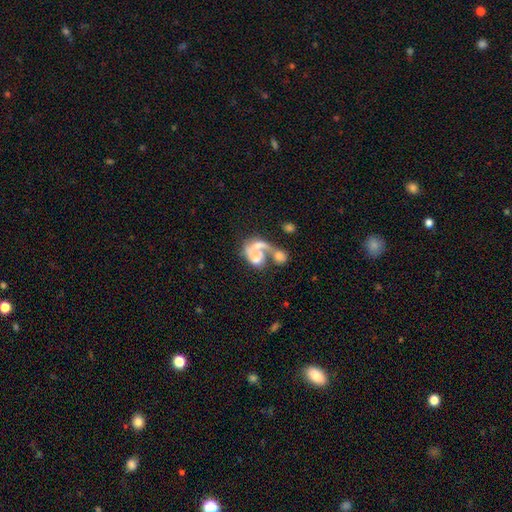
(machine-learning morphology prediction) The model was most divided on "bulge size": moderate: 30%, none: 29%, large: 20%, small: 15%, dominant: 6%. More confident: edge-on disk — no (98%); bar — no (82%); smooth or featured — featured or disk (56%); merging — merger (55%); spiral arms — no (53%).